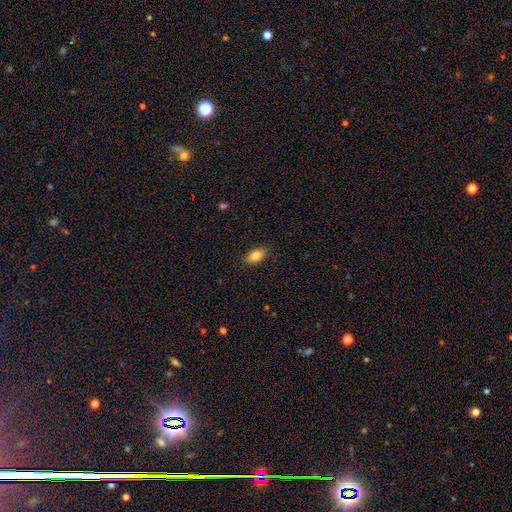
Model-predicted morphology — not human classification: Smooth or featured: smooth — 83% (featured or disk — 9%)
How rounded: in between — 90% (round — 5%)
Merging: none — 87% (minor disturbance — 10%)